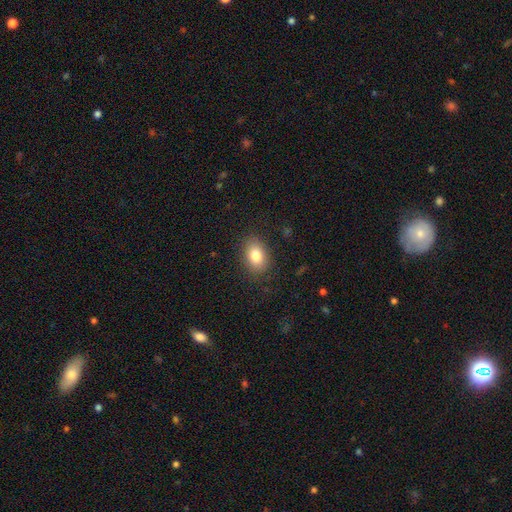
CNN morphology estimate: smooth-or-featured: smooth: 82% | featured or disk: 10% | star or artifact: 9%
  how-rounded: in between: 80% | round: 19% | cigar-shaped: 1%
  merging: none: 85% | minor disturbance: 10% | major disturbance: 3% | merger: 1%